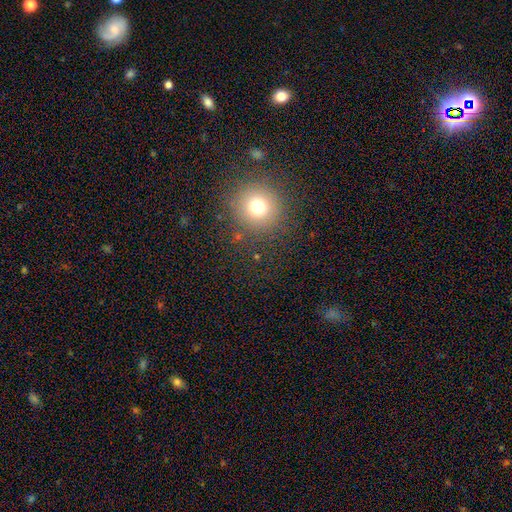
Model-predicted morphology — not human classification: smooth 63%, star or artifact 30%, featured or disk 8%. Down the decision tree: how rounded — round (93%); merging — none (88%).